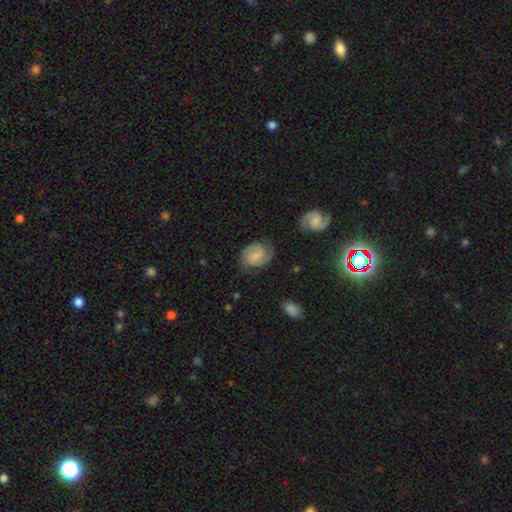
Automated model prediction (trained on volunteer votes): Smooth or featured: featured or disk — 77% (smooth — 16%)
Edge-on disk: no — 98% (yes — 2%)
Bar: weak — 49% (no — 36%)
Spiral arms: yes — 97% (no — 3%)
Spiral winding: medium — 47% (tight — 43%)
Spiral arm count: 2 — 87% (can't tell — 5%)
Bulge size: none — 47% (small — 32%)
Merging: none — 77% (minor disturbance — 15%)